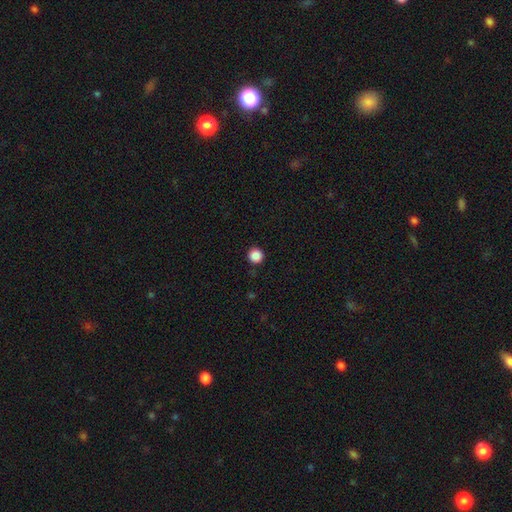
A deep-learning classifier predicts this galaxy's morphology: smooth 88%, star or artifact 10%, featured or disk 2%. Down the decision tree: how rounded — round (96%); merging — none (92%).